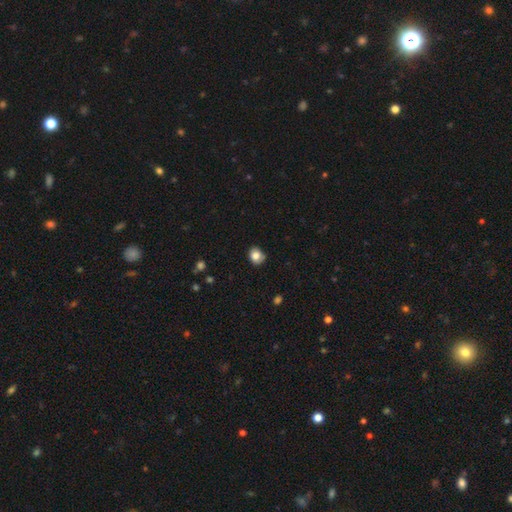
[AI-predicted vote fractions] smooth 80%, star or artifact 10%, featured or disk 10%. Down the decision tree: how rounded — round (61%); merging — none (78%).